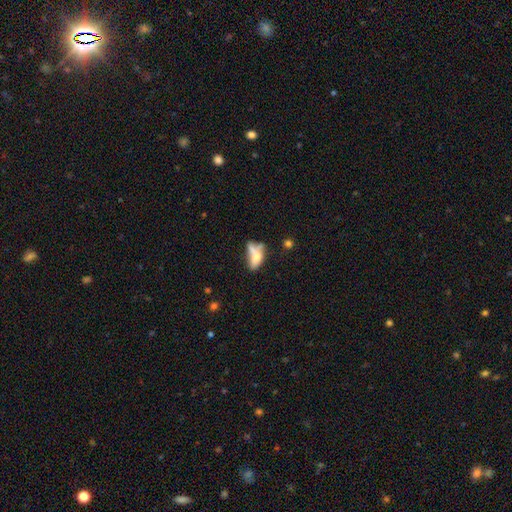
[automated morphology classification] A smooth galaxy with no disk features (58%) that is in between round and cigar-shaped (71%). Merging: merger (41%).